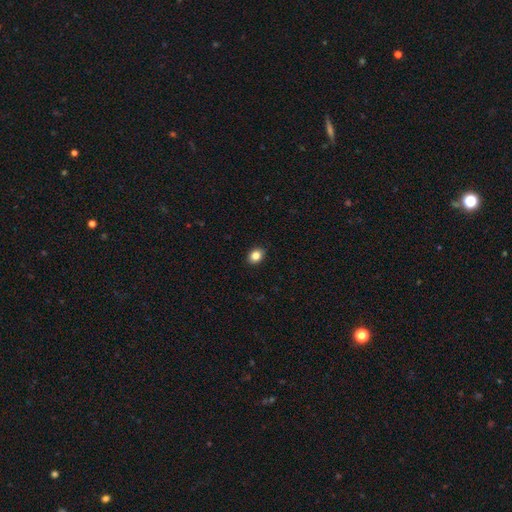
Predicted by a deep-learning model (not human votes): smooth 85%, star or artifact 10%, featured or disk 5%. Down the decision tree: how rounded — in between (52%); merging — none (91%).